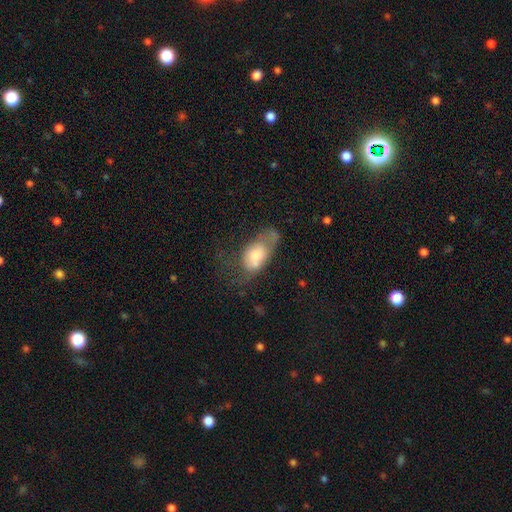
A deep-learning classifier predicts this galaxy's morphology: Overall: smooth (61%; featured or disk 31%). How rounded: in between (88%). Merging: major disturbance (35%; none 31%).